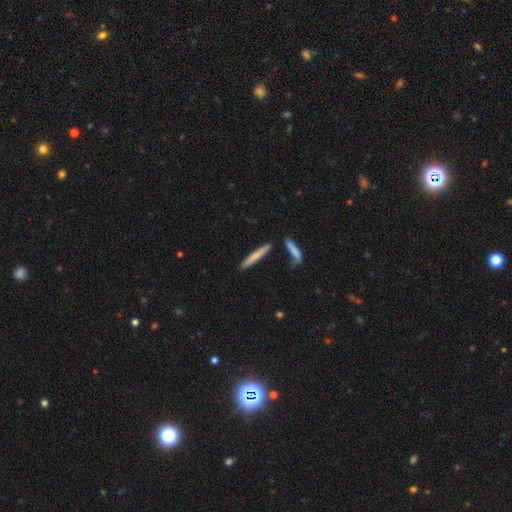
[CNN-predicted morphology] This is likely a smooth galaxy (65%). How rounded: clearly cigar-shaped (95%). Merging: likely none (79%).